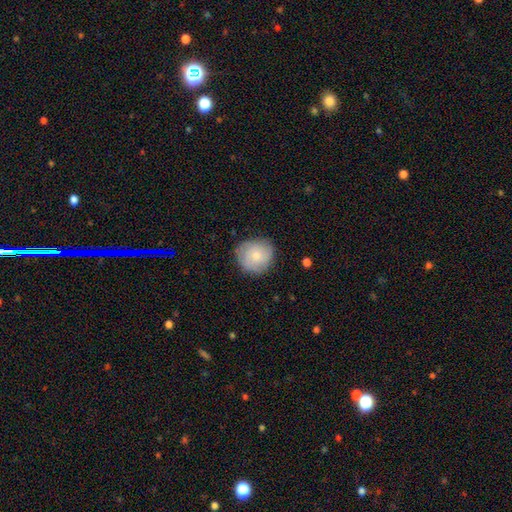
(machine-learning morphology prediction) Q: Smooth or featured?
A: smooth (69%); runner-up: featured or disk (24%)
Q: How rounded?
A: round (89%); runner-up: in between (10%)
Q: Merging?
A: none (79%); runner-up: minor disturbance (16%)